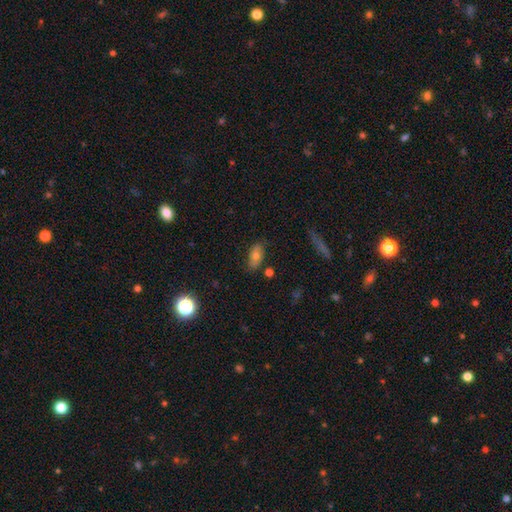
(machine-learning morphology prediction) Overall: smooth (62%; featured or disk 24%). How rounded: in between (86%). Merging: none (78%).